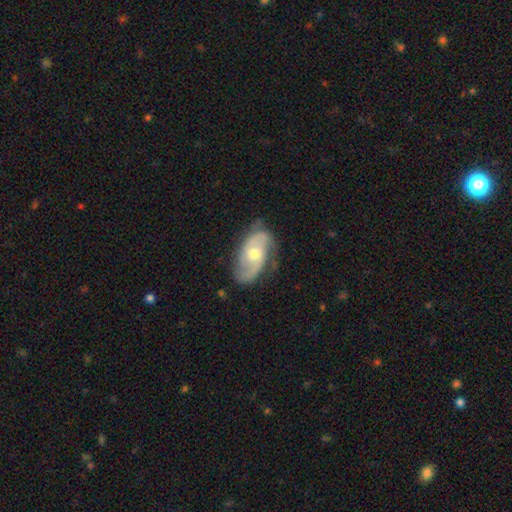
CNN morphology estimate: Smooth or featured? Predicted: featured or disk (p=0.82). Edge-on disk? Predicted: no (p=0.95). Bar? Predicted: no (p=0.63). Spiral arms? Predicted: yes (p=0.94). Spiral winding? Predicted: medium (p=0.44). Spiral arm count? Predicted: 2 (p=0.68). Bulge size? Predicted: moderate (p=0.64). Merging? Predicted: none (p=0.75).